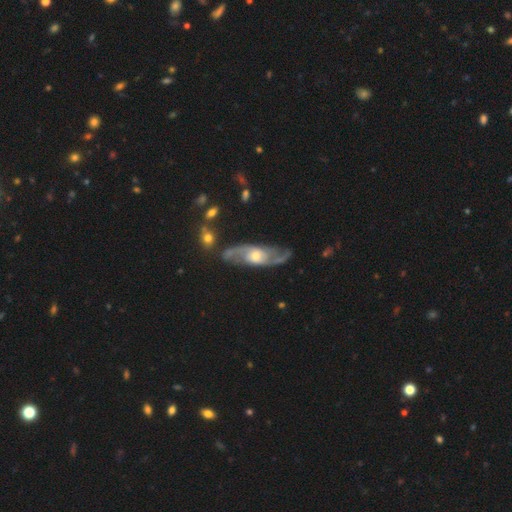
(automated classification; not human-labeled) A featured or disk galaxy (86%) with no bar (63%), 2 (88%) medium (43%) spiral arms (95%) and a moderate central bulge (58%). Merging: none (69%).